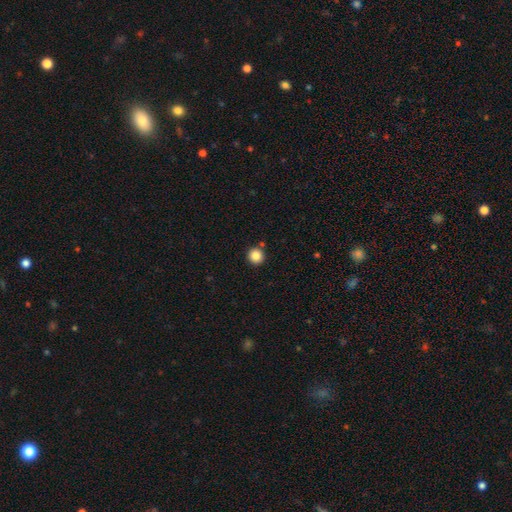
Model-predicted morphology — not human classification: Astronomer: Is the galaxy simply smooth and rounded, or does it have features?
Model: smooth — 86%.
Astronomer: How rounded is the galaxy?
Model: round — 94%.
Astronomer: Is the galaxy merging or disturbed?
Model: none — 87%.